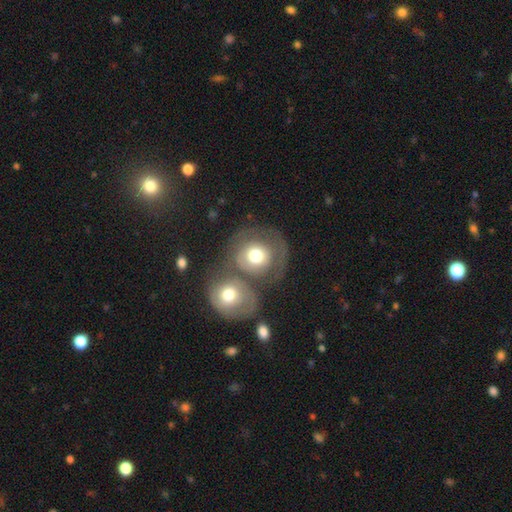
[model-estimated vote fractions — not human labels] smooth_or_featured: smooth (p=0.55) [alt: featured or disk p=0.38]
how_rounded: round (p=0.84) [alt: in between p=0.15]
merging: merger (p=0.43) [alt: none p=0.34]